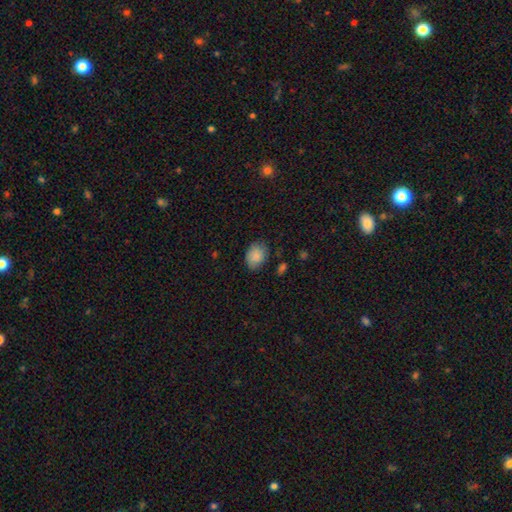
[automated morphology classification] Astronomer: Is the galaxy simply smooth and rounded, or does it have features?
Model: smooth — 87%.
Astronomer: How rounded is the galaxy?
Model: in between — 64%.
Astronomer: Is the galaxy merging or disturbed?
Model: none — 74%.